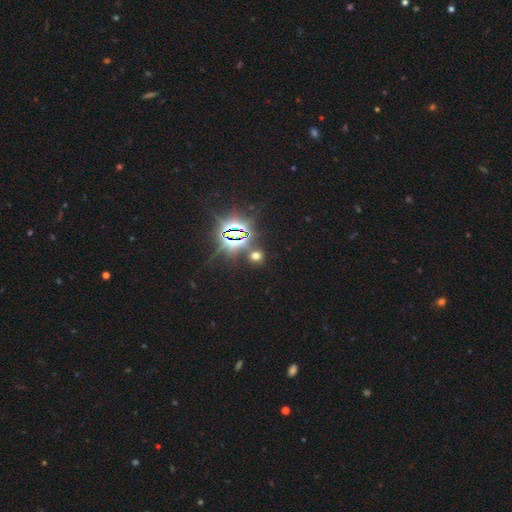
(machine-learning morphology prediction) Smooth or featured? star or artifact (52%)